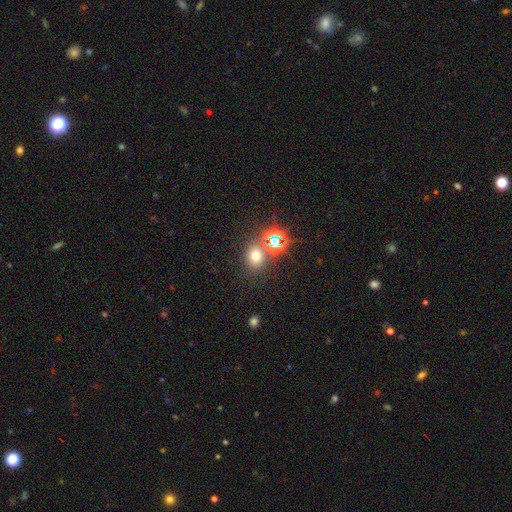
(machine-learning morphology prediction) Smooth or featured? smooth (62%)
How rounded? round (60%)
Merging? none (69%)